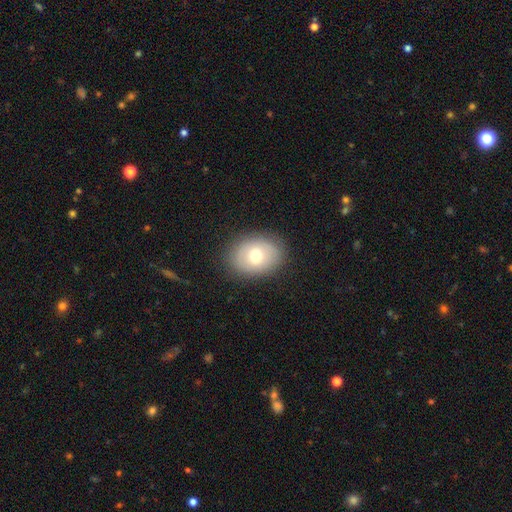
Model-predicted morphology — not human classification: smooth-or-featured: smooth: 69% | featured or disk: 21% | star or artifact: 9%
  how-rounded: in between: 64% | round: 35% | cigar-shaped: 1%
  merging: none: 85% | minor disturbance: 10% | major disturbance: 3% | merger: 1%